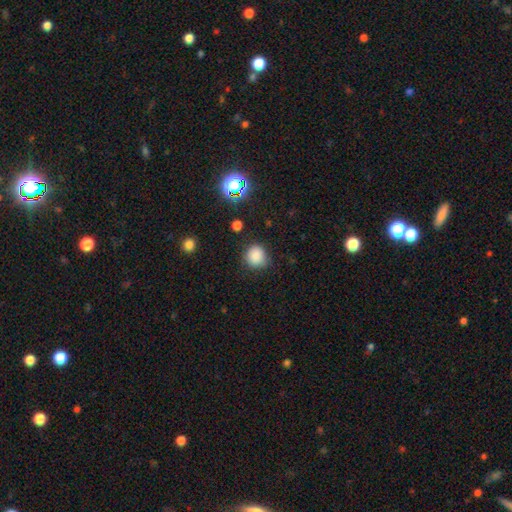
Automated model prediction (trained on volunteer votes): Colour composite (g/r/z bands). It shows a smooth galaxy with no disk features (82%) that is round (89%). Merging: none (83%).